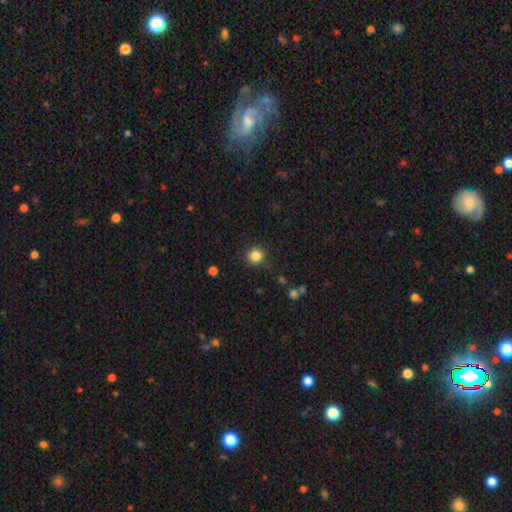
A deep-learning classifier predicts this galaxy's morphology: Smooth or featured: smooth — 85% (star or artifact — 11%)
How rounded: round — 92% (in between — 7%)
Merging: none — 88% (minor disturbance — 8%)